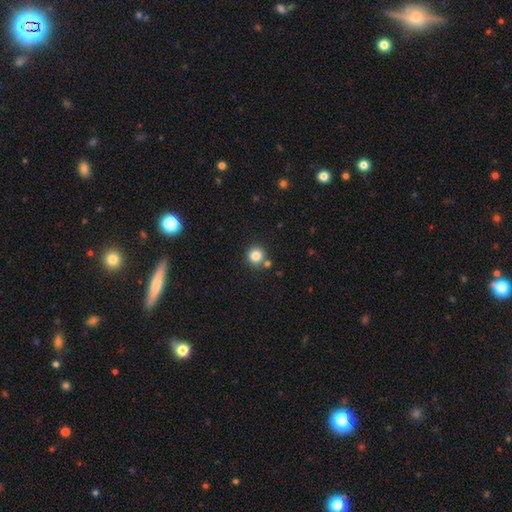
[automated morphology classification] This is clearly a smooth galaxy (83%). How rounded: clearly round (93%). Merging: likely none (78%).